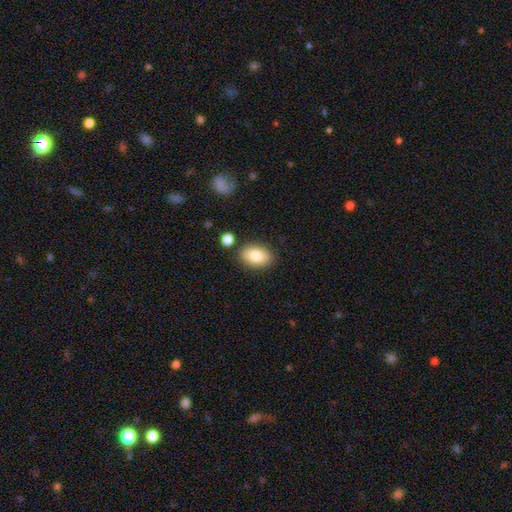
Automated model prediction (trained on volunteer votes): This appears to be a smooth galaxy with no disk features (82%) that is in between round and cigar-shaped (83%). Merging: none (83%).